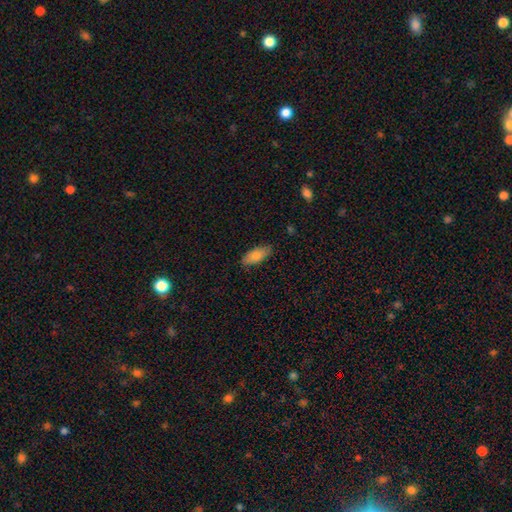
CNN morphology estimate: Q: Smooth or featured?
A: smooth (80%); runner-up: featured or disk (14%)
Q: How rounded?
A: in between (85%); runner-up: cigar-shaped (13%)
Q: Merging?
A: none (83%); runner-up: minor disturbance (14%)